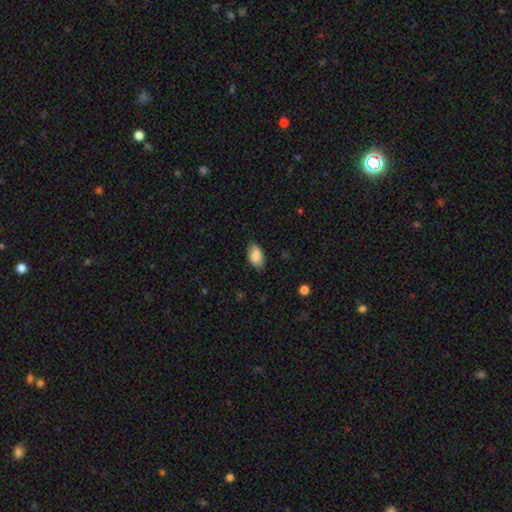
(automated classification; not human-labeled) A smooth galaxy with no disk features (87%) that is in between round and cigar-shaped (94%).

Vote fractions:
- Smooth or featured? smooth: 87% / featured or disk: 7% / star or artifact: 7%
- How rounded? in between: 94% / round: 4% / cigar-shaped: 2%
- Merging? none: 82% / minor disturbance: 14% / major disturbance: 3% / merger: 1%